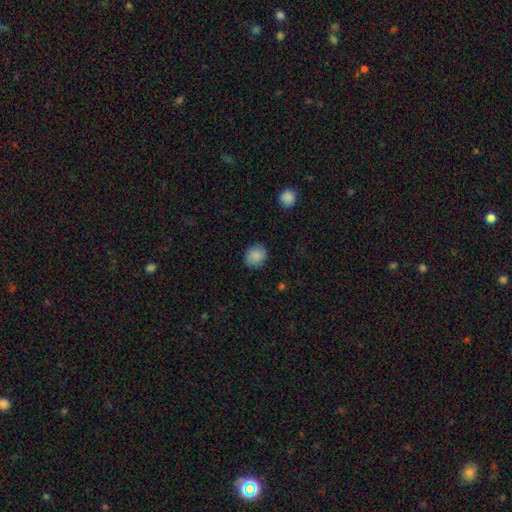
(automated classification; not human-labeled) Morphology: type=smooth (86%); roundness=round (74%); merging=none (84%).